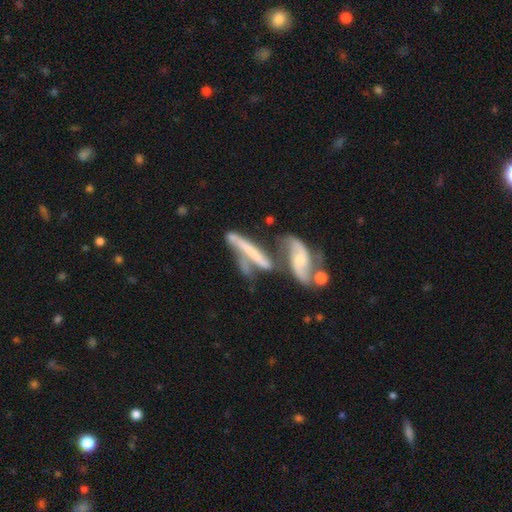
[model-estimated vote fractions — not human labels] smooth-or-featured: featured or disk: 68% | smooth: 22% | star or artifact: 10%
  disk-edge-on: no: 61% | yes: 39%
  merging: merger: 50% | none: 27% | minor disturbance: 12% | major disturbance: 11%